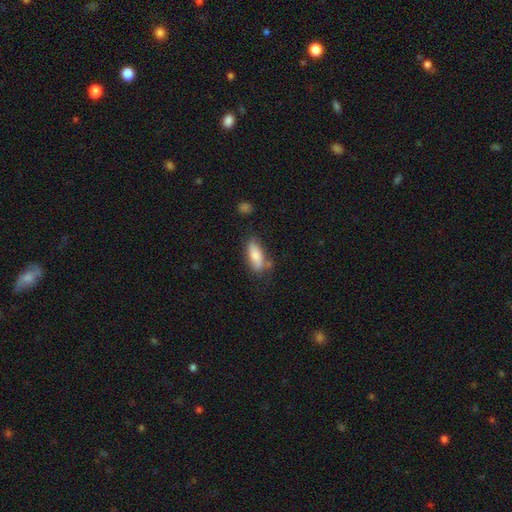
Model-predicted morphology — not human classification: Q: Smooth or featured?
A: smooth (78%); runner-up: featured or disk (16%)
Q: How rounded?
A: in between (73%); runner-up: cigar-shaped (24%)
Q: Merging?
A: none (61%); runner-up: minor disturbance (25%)